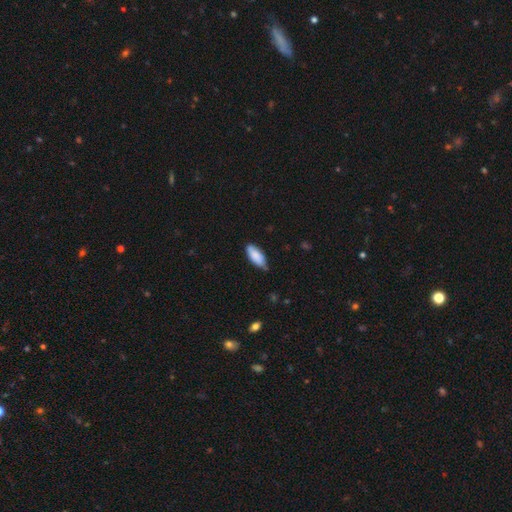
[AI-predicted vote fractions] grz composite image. It shows a smooth galaxy with no disk features (86%) that is in between round and cigar-shaped (84%). Merging: none (71%).